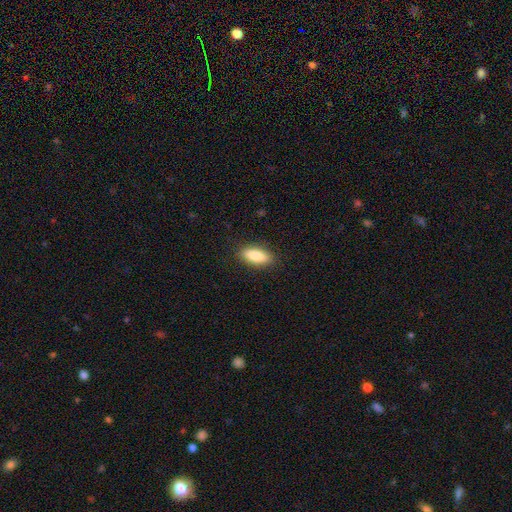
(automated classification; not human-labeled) Q: Smooth or featured?
A: smooth (85%); runner-up: featured or disk (8%)
Q: How rounded?
A: in between (77%); runner-up: cigar-shaped (21%)
Q: Merging?
A: none (88%); runner-up: minor disturbance (9%)